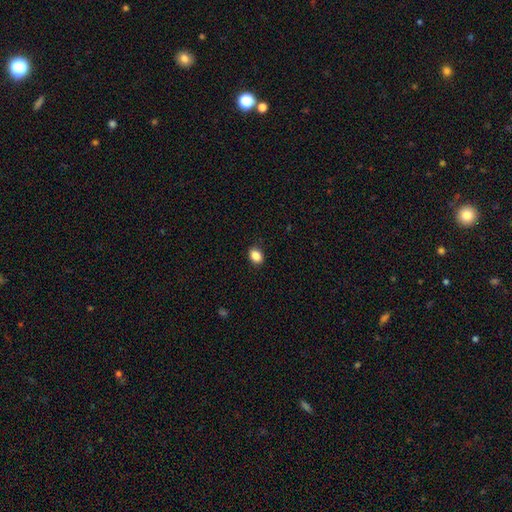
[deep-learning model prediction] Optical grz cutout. It shows a smooth galaxy with no disk features (87%) that is in between round and cigar-shaped (66%). Merging: none (88%).